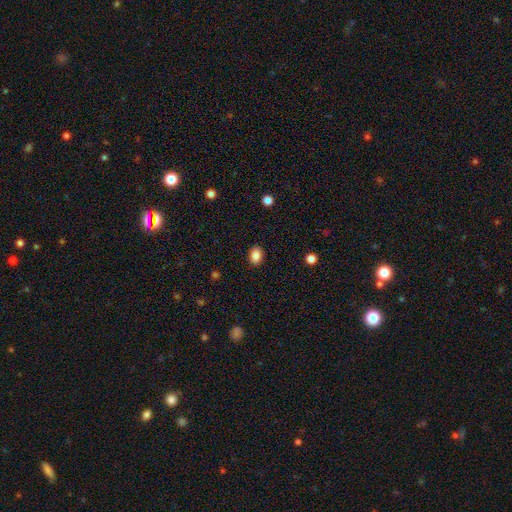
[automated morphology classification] Overall: smooth (86%). How rounded: in between (74%). Merging: none (89%).